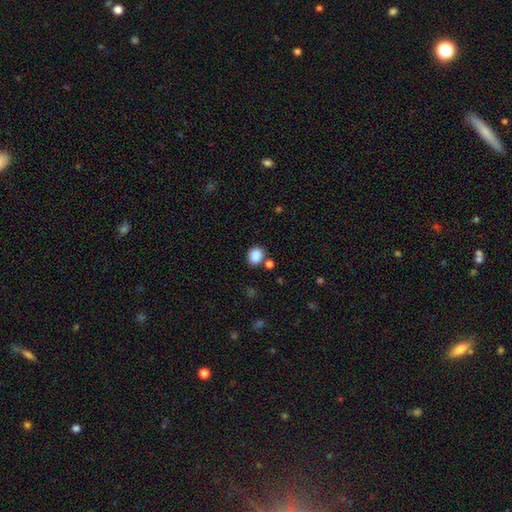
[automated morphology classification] Overall: smooth (87%). How rounded: round (68%; in between 32%). Merging: none (75%).